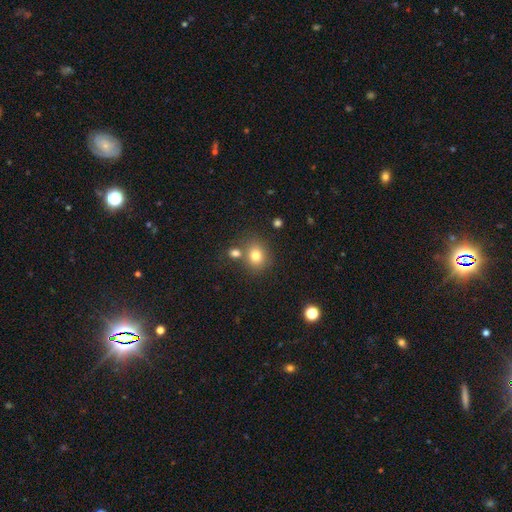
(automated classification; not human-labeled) This appears to be a smooth galaxy with no disk features (78%) that is round (68%). Merging: none (67%).